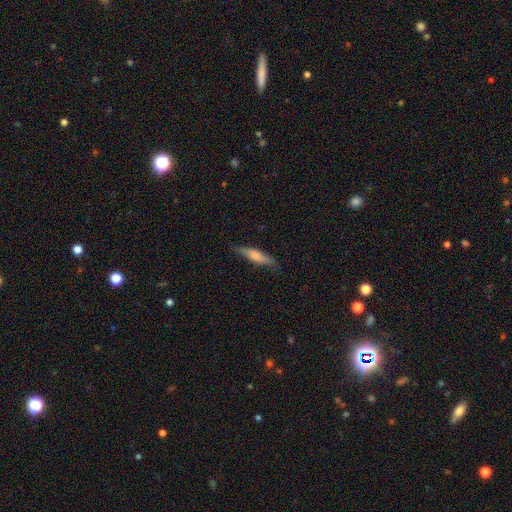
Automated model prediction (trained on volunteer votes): This appears to be a smooth galaxy with no disk features (65%) that is cigar-shaped (76%). Merging: none (77%).